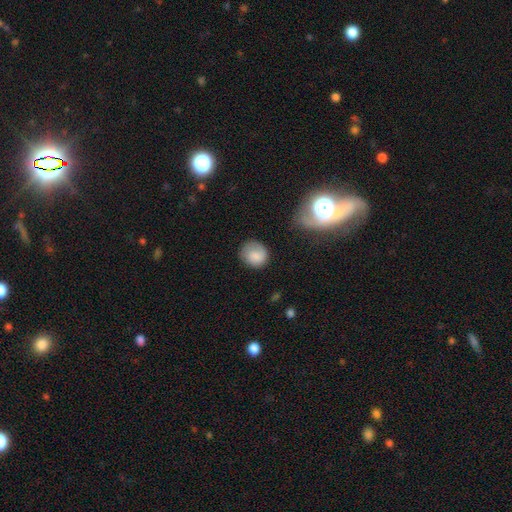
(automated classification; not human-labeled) Smooth or featured?
  - smooth: 80% *
  - featured or disk: 12%
  - star or artifact: 8%
How rounded?
  - round: 79% *
  - in between: 20%
  - cigar-shaped: 1%
Merging?
  - none: 67% *
  - minor disturbance: 22%
  - major disturbance: 8%
  - merger: 2%